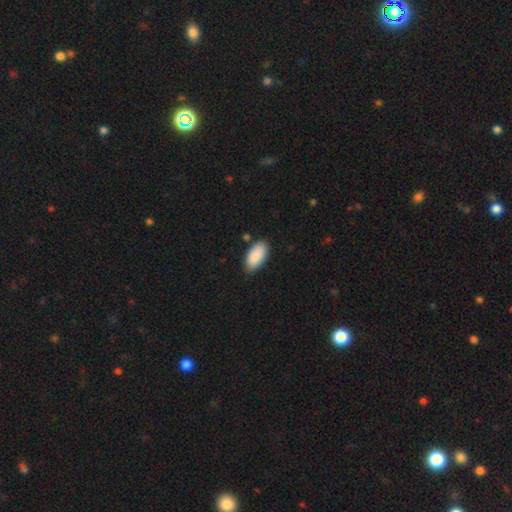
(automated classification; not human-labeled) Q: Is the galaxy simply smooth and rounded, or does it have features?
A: smooth — 90%.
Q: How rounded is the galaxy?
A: in between — 95%.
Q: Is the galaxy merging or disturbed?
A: none — 82%.